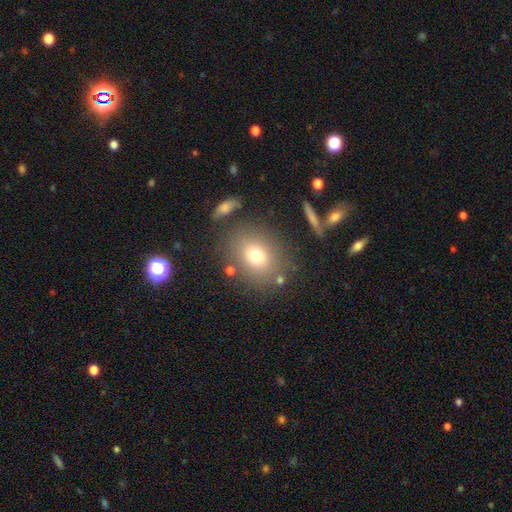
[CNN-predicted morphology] Q: Smooth or featured?
A: smooth (73%); runner-up: star or artifact (14%)
Q: How rounded?
A: round (62%); runner-up: in between (37%)
Q: Merging?
A: none (78%); runner-up: minor disturbance (12%)